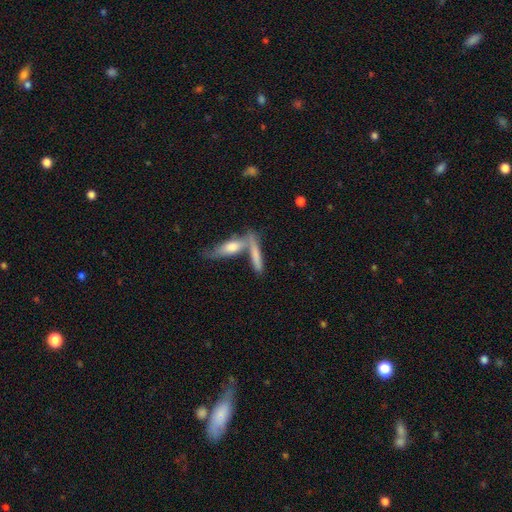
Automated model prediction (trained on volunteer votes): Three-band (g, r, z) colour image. It shows a smooth galaxy with no disk features (68%) that is cigar-shaped (79%). Merging: none (45%).